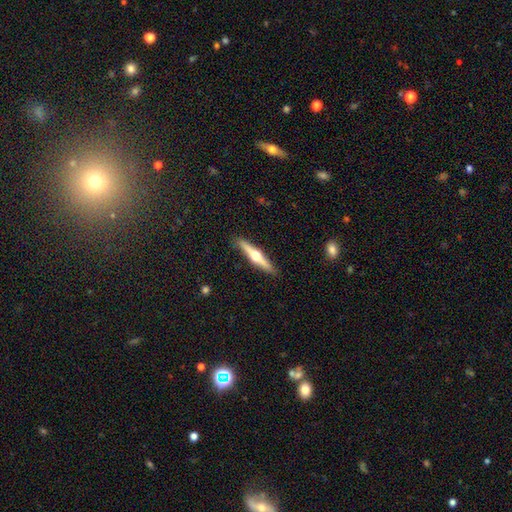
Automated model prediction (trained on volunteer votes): Smooth or featured: featured or disk — 69% (smooth — 26%)
Edge-on disk: yes — 97% (no — 3%)
Edge-on bulge: rounded — 95% (none — 2%)
Merging: none — 90% (minor disturbance — 7%)